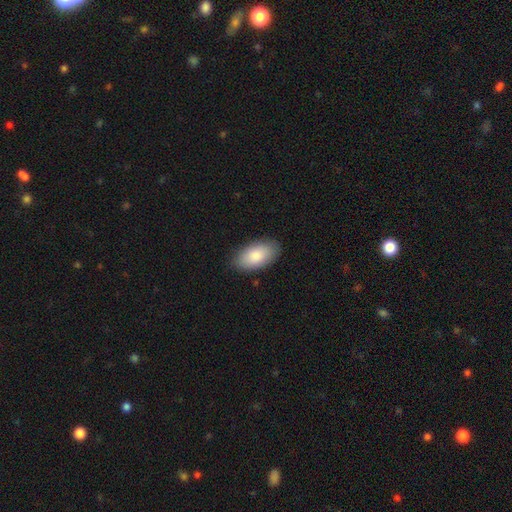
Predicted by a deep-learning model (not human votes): smooth_or_featured: smooth (p=0.85) [alt: featured or disk p=0.09]
how_rounded: in between (p=0.95) [alt: round p=0.02]
merging: none (p=0.87) [alt: minor disturbance p=0.10]